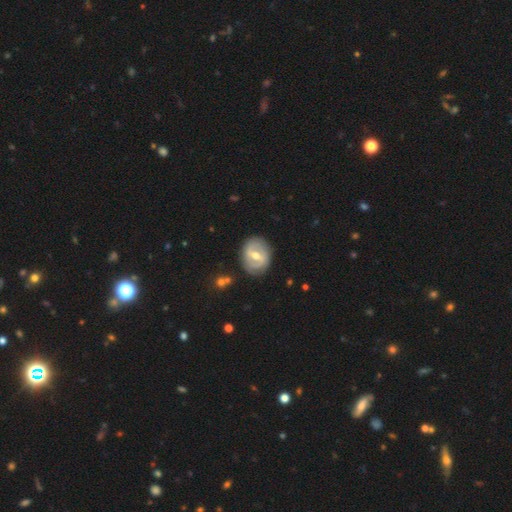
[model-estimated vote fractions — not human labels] Smooth or featured?
  - featured or disk: 68% *
  - smooth: 26%
  - star or artifact: 6%
Edge-on disk?
  - no: 95% *
  - yes: 5%
Bar?
  - weak: 45% *
  - strong: 41%
  - no: 14%
Spiral arms?
  - yes: 57% *
  - no: 43%
Bulge size?
  - moderate: 73% *
  - small: 21%
  - large: 4%
  - none: 1%
  - dominant: 1%
Merging?
  - none: 80% *
  - minor disturbance: 14%
  - major disturbance: 4%
  - merger: 2%